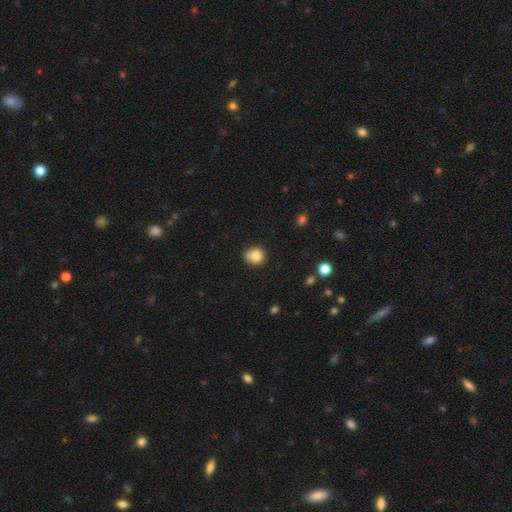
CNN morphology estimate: Smooth or featured? smooth (82%)
How rounded? round (78%)
Merging? none (66%)